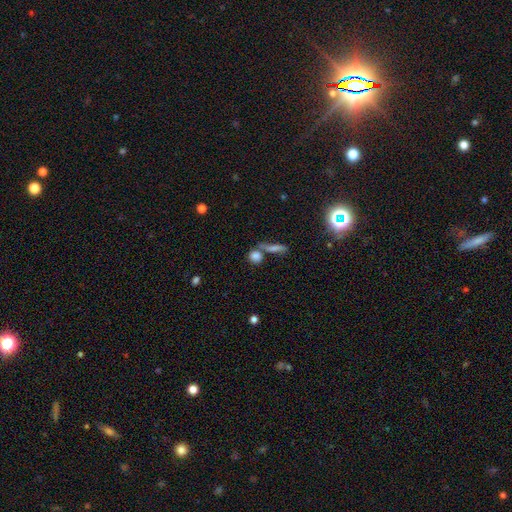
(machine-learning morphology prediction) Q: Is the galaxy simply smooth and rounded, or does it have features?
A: smooth — 79%.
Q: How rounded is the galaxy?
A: round — 74%.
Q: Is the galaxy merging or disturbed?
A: none — 57%.